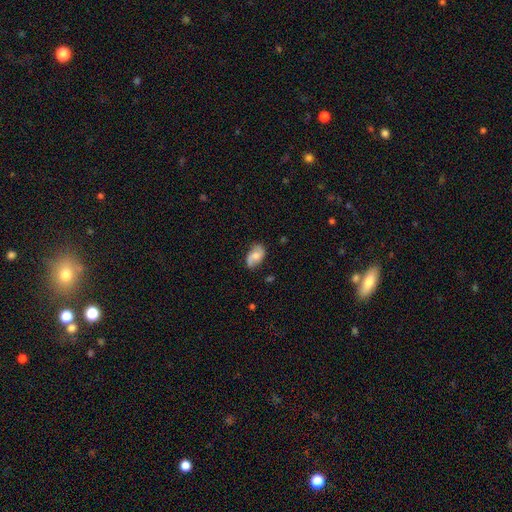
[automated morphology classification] This appears to be a smooth galaxy with no disk features (50%). Merging: none (69%).